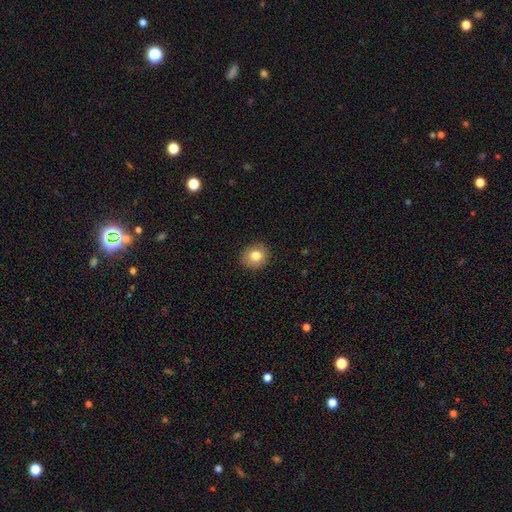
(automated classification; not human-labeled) Overall: smooth (80%). How rounded: round (78%). Merging: none (89%).